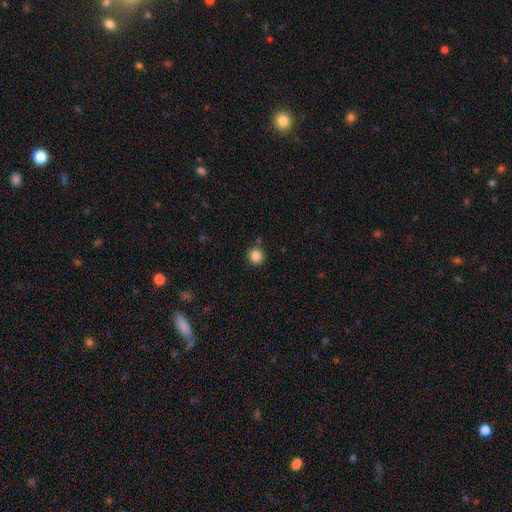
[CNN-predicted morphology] Smooth or featured: smooth — 86% (star or artifact — 11%)
How rounded: round — 93% (in between — 6%)
Merging: none — 85% (minor disturbance — 8%)